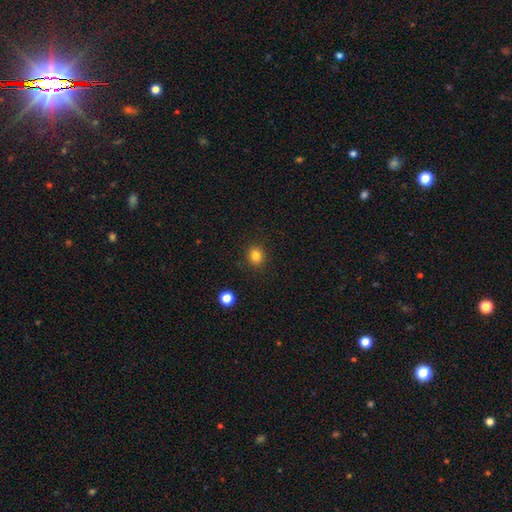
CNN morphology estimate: smooth-or-featured: smooth: 83% | star or artifact: 12% | featured or disk: 5%
  how-rounded: round: 86% | in between: 13% | cigar-shaped: 1%
  merging: none: 90% | minor disturbance: 6% | major disturbance: 2% | merger: 1%